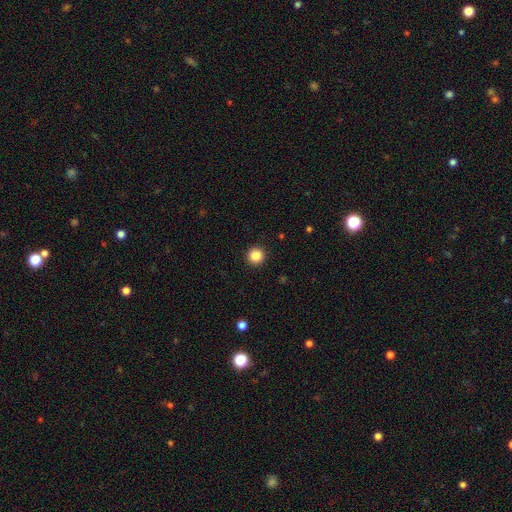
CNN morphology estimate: This is clearly a smooth galaxy (86%). How rounded: clearly round (95%). Merging: clearly none (93%).